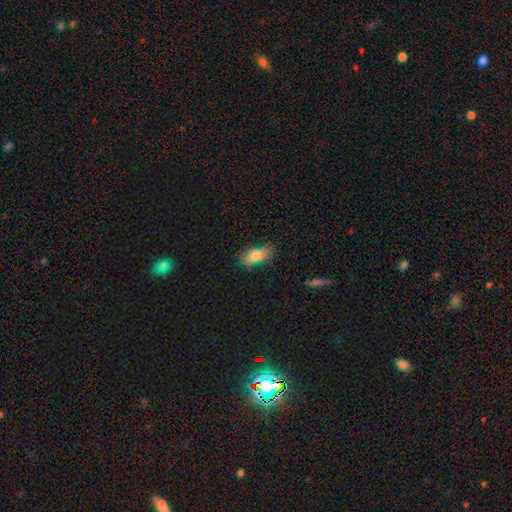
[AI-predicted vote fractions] Smooth or featured? Predicted: smooth (p=0.74). How rounded? Predicted: in between (p=0.84). Merging? Predicted: none (p=0.62).